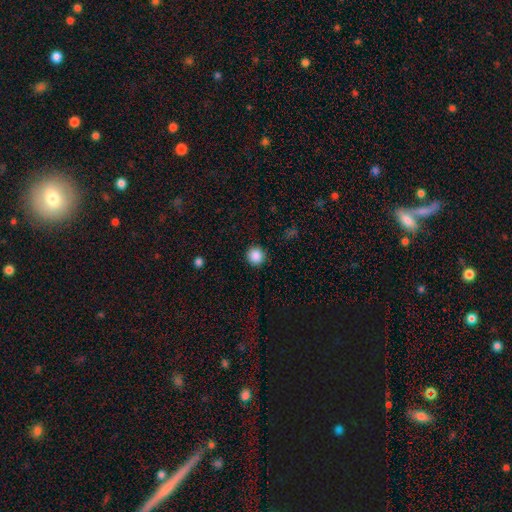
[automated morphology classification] type=smooth (87%); roundness=round (95%); merging=none (92%).